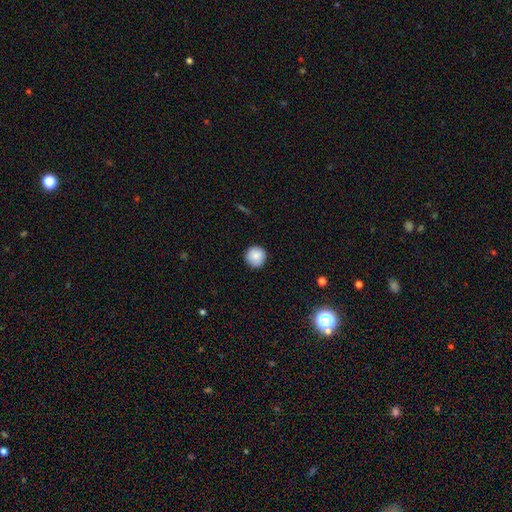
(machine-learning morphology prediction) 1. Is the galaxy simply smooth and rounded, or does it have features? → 87% smooth, 8% star or artifact, 5% featured or disk.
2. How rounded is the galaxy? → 95% round, 4% in between, 1% cigar-shaped.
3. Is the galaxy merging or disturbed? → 90% none, 7% minor disturbance, 2% major disturbance, 1% merger.